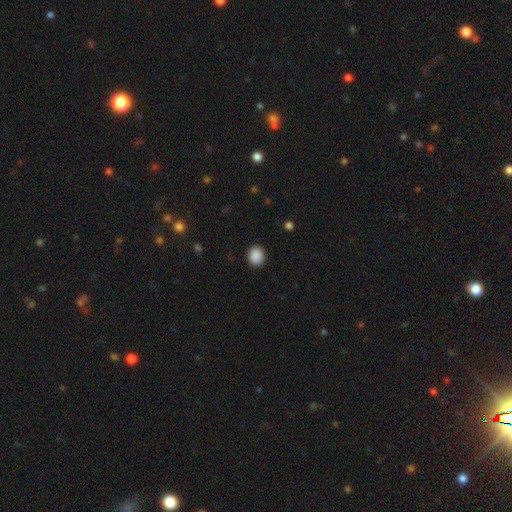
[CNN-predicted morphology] Overall: smooth (89%). How rounded: round (78%). Merging: none (91%).